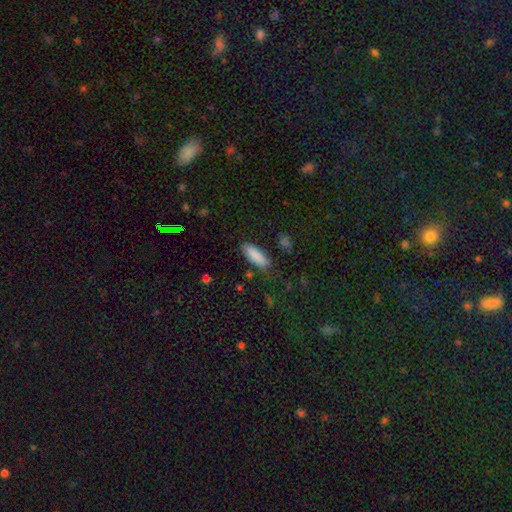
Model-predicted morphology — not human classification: This appears to be a smooth galaxy with no disk features (88%) that is in between round and cigar-shaped (64%). Merging: none (83%).